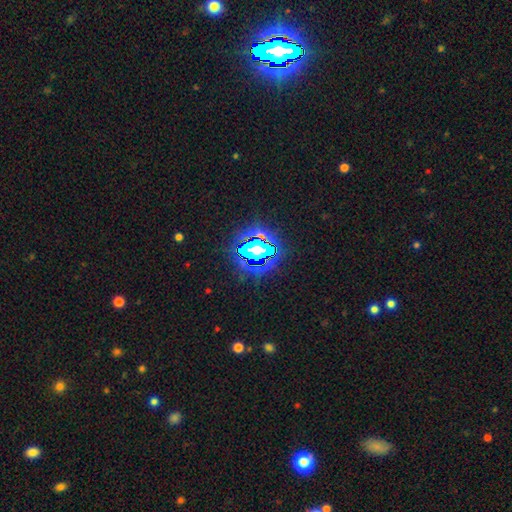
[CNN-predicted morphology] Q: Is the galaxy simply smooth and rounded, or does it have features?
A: star or artifact — 82%.